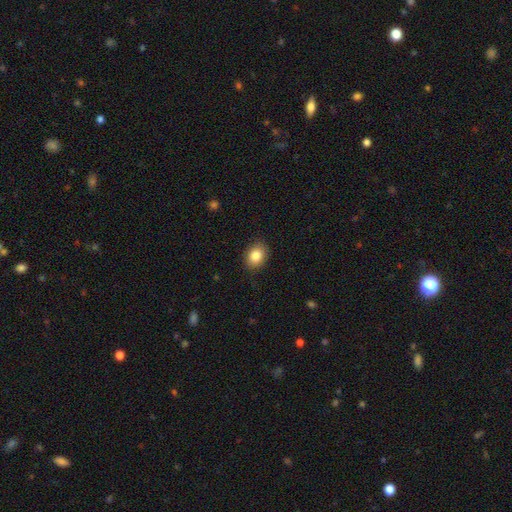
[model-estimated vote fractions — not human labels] smooth-or-featured: smooth: 85% | star or artifact: 9% | featured or disk: 7%
  how-rounded: in between: 64% | round: 35% | cigar-shaped: 1%
  merging: none: 88% | minor disturbance: 9% | major disturbance: 2% | merger: 1%